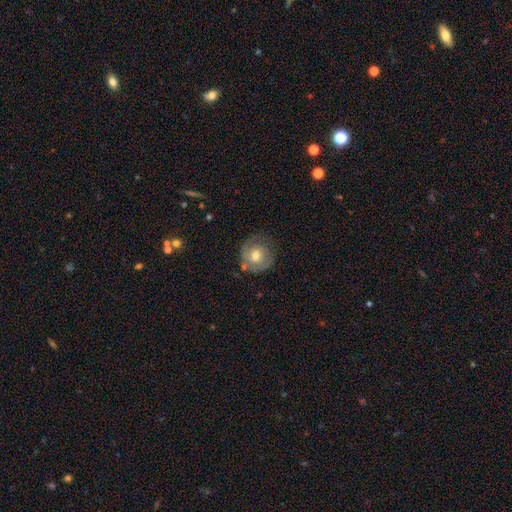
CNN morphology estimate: A smooth galaxy with no disk features (51%) that is round (88%). Merging: none (64%).